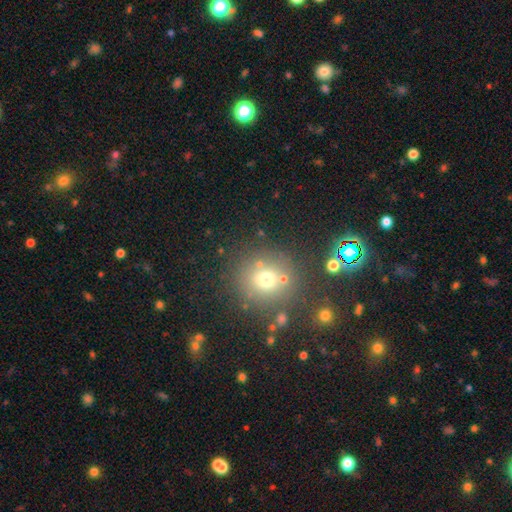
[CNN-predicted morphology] A smooth galaxy with no disk features (50%) that is round (88%).

Vote fractions:
- Smooth or featured? smooth: 50% / star or artifact: 40% / featured or disk: 10%
- How rounded? round: 88% / in between: 11% / cigar-shaped: 1%
- Merging? none: 81% / minor disturbance: 9% / merger: 6% / major disturbance: 4%